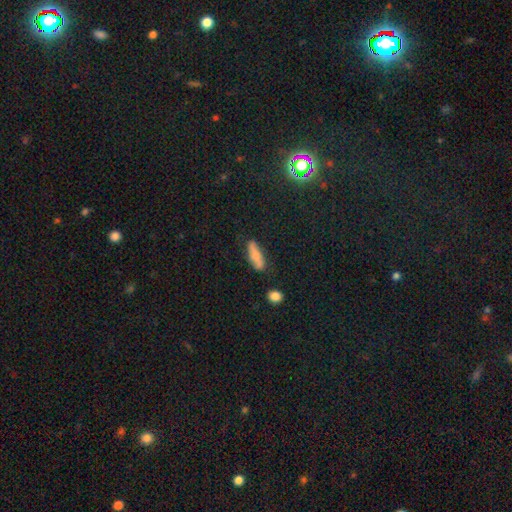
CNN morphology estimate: A smooth galaxy with no disk features (73%) that is cigar-shaped (49%).

Vote fractions:
- Smooth or featured? smooth: 73% / featured or disk: 19% / star or artifact: 8%
- How rounded? cigar-shaped: 49% / in between: 48% / round: 3%
- Merging? none: 70% / minor disturbance: 21% / major disturbance: 5% / merger: 4%